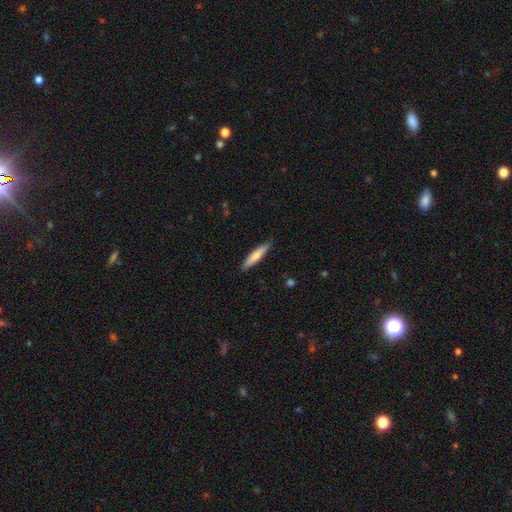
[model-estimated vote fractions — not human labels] A smooth galaxy with no disk features (74%) that is cigar-shaped (87%). Merging: none (89%).